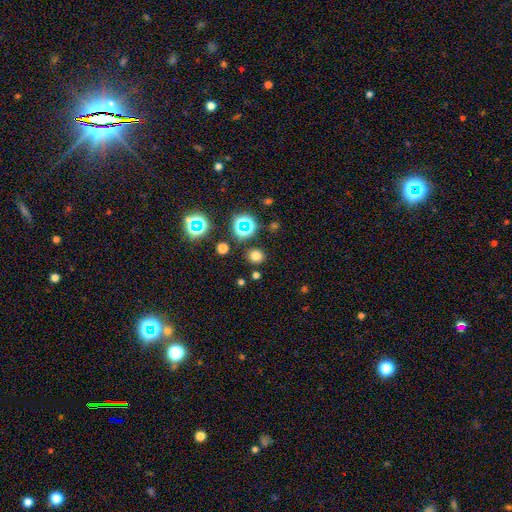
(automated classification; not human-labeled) smooth_or_featured: smooth (p=0.71) [alt: star or artifact p=0.23]
how_rounded: round (p=0.84) [alt: in between p=0.15]
merging: none (p=0.87) [alt: minor disturbance p=0.07]